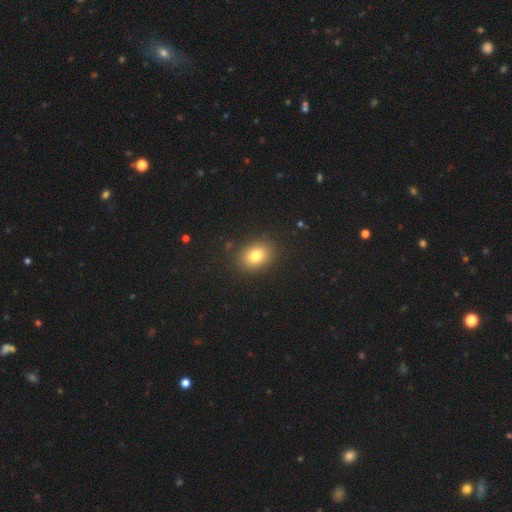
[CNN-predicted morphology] This is likely a smooth galaxy (80%). How rounded: likely in between (63%). Merging: clearly none (88%).